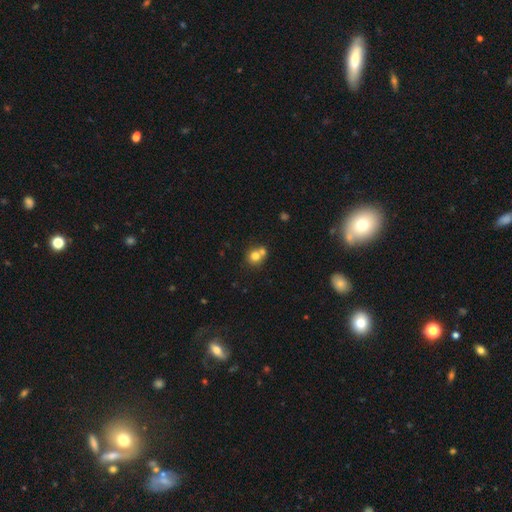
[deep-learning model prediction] A smooth galaxy with no disk features (75%) that is round (83%).

Vote fractions:
- Smooth or featured? smooth: 75% / featured or disk: 14% / star or artifact: 11%
- How rounded? round: 83% / in between: 16% / cigar-shaped: 1%
- Merging? none: 45% / merger: 44% / minor disturbance: 8% / major disturbance: 3%